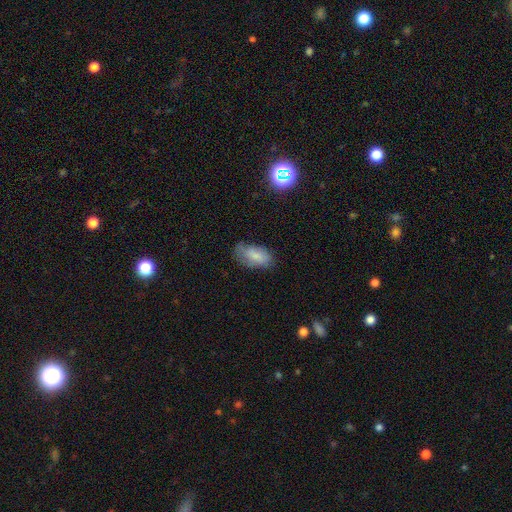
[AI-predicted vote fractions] Smooth or featured: smooth — 76% (featured or disk — 15%)
How rounded: in between — 92% (cigar-shaped — 5%)
Merging: none — 60% (minor disturbance — 29%)